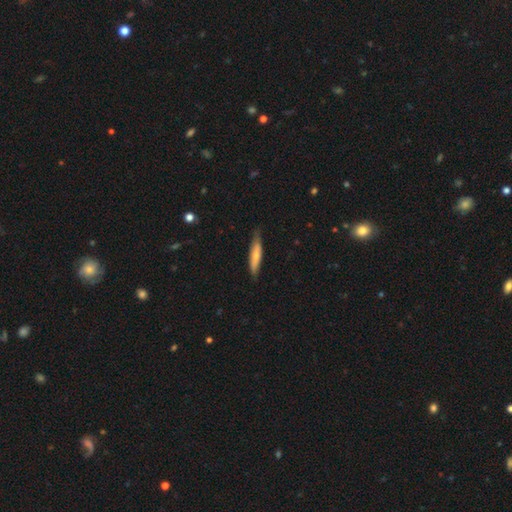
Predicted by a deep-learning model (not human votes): Smooth or featured? smooth (65%)
How rounded? cigar-shaped (80%)
Merging? none (74%)